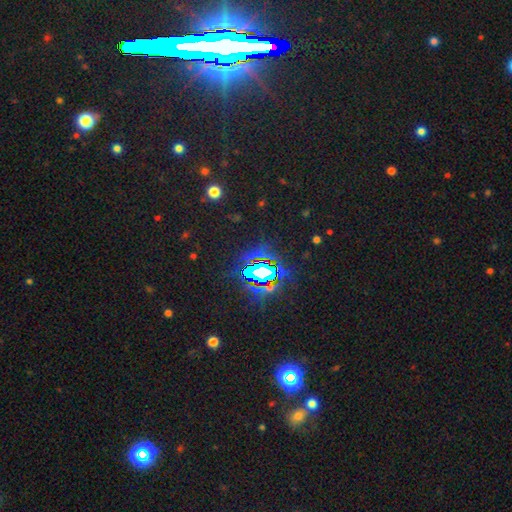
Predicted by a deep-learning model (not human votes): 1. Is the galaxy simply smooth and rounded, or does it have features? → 83% star or artifact, 9% smooth, 8% featured or disk.